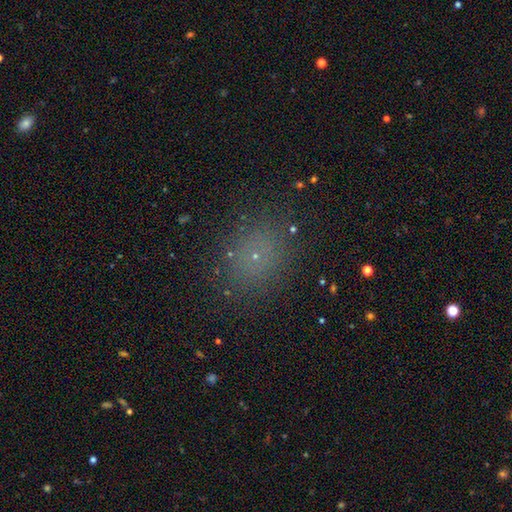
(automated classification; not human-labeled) Smooth or featured? Predicted: smooth (p=0.63). How rounded? Predicted: round (p=0.70). Merging? Predicted: none (p=0.85).